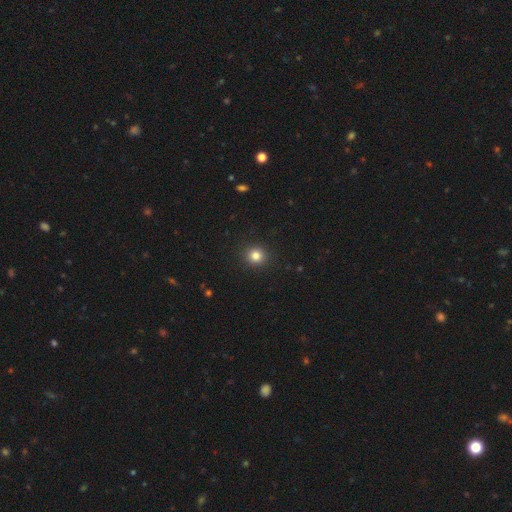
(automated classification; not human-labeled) smooth-or-featured: smooth: 83% | star or artifact: 12% | featured or disk: 5%
  how-rounded: round: 89% | in between: 10% | cigar-shaped: 1%
  merging: none: 92% | minor disturbance: 5% | major disturbance: 2% | merger: 1%